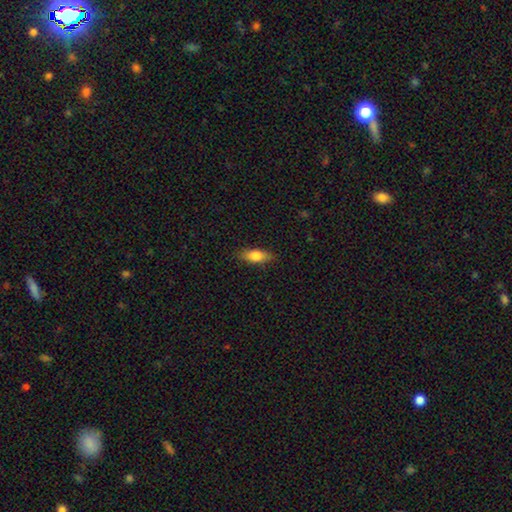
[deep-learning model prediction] Overall: smooth (77%). How rounded: in between (76%). Merging: none (85%).